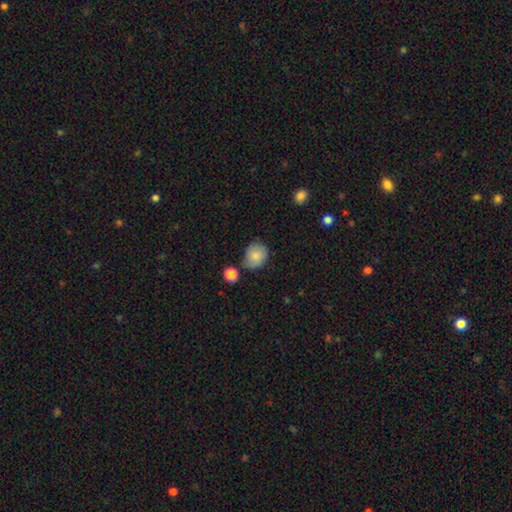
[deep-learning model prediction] Smooth or featured?
  - smooth: 83% *
  - featured or disk: 9%
  - star or artifact: 8%
How rounded?
  - round: 66% *
  - in between: 33%
  - cigar-shaped: 1%
Merging?
  - none: 65% *
  - minor disturbance: 23%
  - merger: 7%
  - major disturbance: 5%